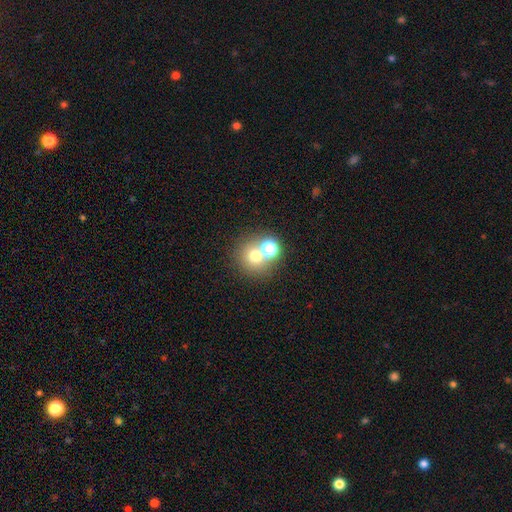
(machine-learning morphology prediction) type=smooth (66%); roundness=round (88%); merging=none (54%).